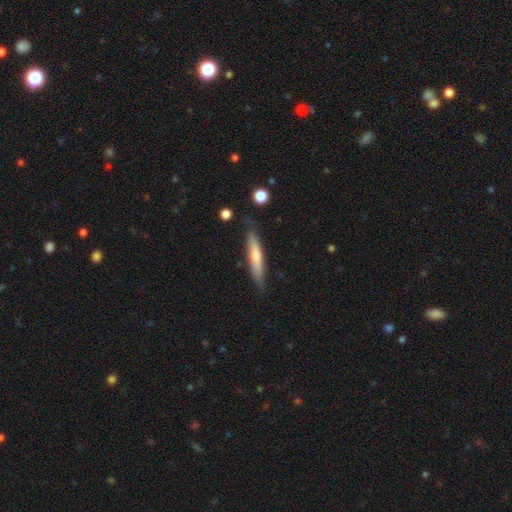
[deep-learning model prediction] Smooth or featured? featured or disk (49%)
Merging? none (85%)